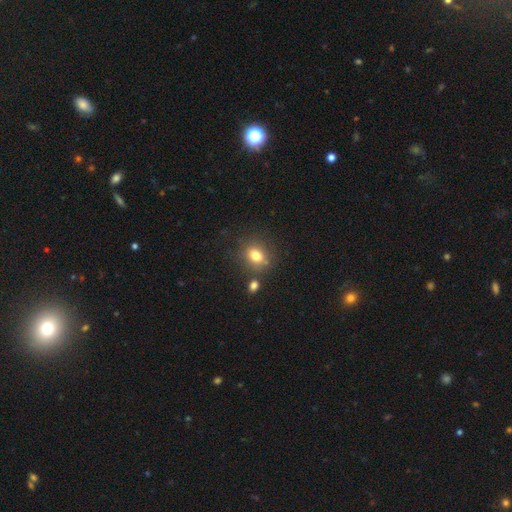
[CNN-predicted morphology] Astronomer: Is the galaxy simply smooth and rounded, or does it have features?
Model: smooth — 79%.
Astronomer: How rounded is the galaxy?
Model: round — 51% (runner-up: in between, 47%).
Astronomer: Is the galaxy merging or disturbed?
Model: none — 73%.